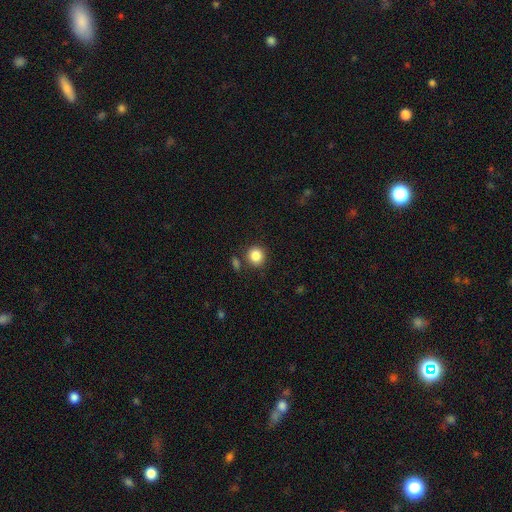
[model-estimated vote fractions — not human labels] Smooth or featured?
  - smooth: 86% *
  - star or artifact: 10%
  - featured or disk: 5%
How rounded?
  - round: 89% *
  - in between: 10%
  - cigar-shaped: 1%
Merging?
  - none: 81% *
  - minor disturbance: 9%
  - merger: 6%
  - major disturbance: 3%